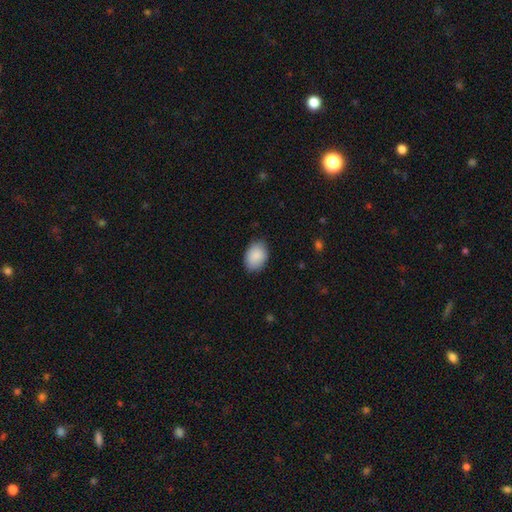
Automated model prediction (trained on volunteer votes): Smooth or featured?
  - smooth: 89% *
  - star or artifact: 6%
  - featured or disk: 4%
How rounded?
  - in between: 77% *
  - round: 22%
  - cigar-shaped: 1%
Merging?
  - none: 83% *
  - minor disturbance: 13%
  - major disturbance: 3%
  - merger: 1%